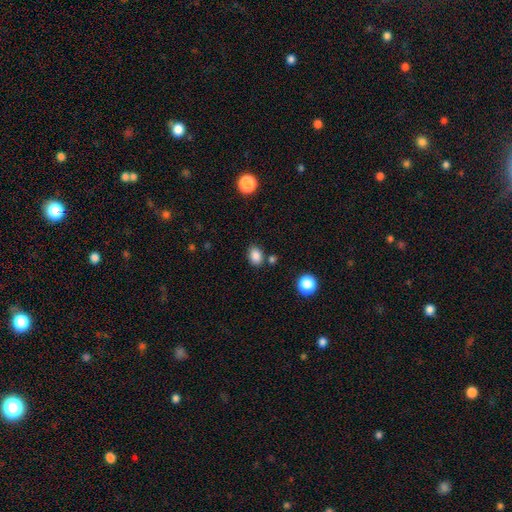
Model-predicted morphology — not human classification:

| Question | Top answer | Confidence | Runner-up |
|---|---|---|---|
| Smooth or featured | smooth | 85% | star or artifact (10%) |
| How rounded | in between | 70% | round (29%) |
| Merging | none | 78% | minor disturbance (12%) |